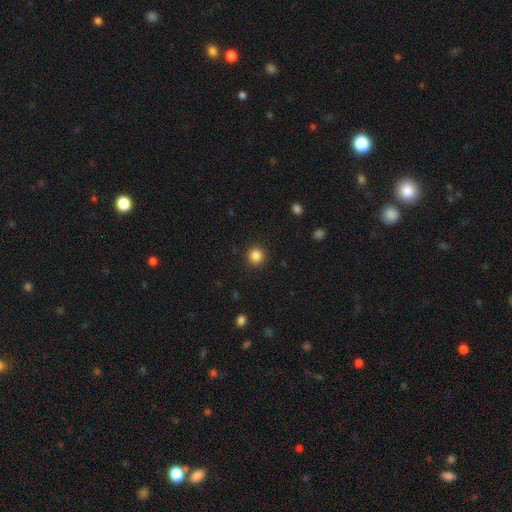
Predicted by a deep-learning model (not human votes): Q: Smooth or featured?
A: smooth (85%); runner-up: star or artifact (11%)
Q: How rounded?
A: round (94%); runner-up: in between (5%)
Q: Merging?
A: none (91%); runner-up: minor disturbance (6%)